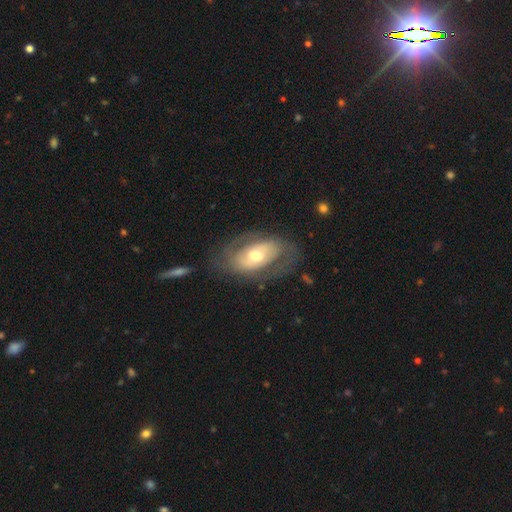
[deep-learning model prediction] Smooth or featured?
  - featured or disk: 67% *
  - smooth: 27%
  - star or artifact: 6%
Edge-on disk?
  - no: 93% *
  - yes: 7%
Bar?
  - no: 52% *
  - weak: 32%
  - strong: 16%
Spiral arms?
  - yes: 66% *
  - no: 34%
Bulge size?
  - moderate: 68% *
  - small: 17%
  - large: 12%
  - dominant: 1%
  - none: 1%
Merging?
  - none: 65% *
  - minor disturbance: 19%
  - major disturbance: 14%
  - merger: 2%